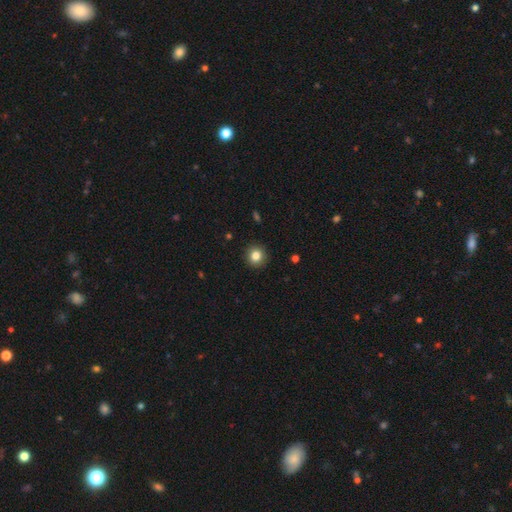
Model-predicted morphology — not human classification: Smooth or featured: smooth — 83% (star or artifact — 11%)
How rounded: round — 93% (in between — 6%)
Merging: none — 92% (minor disturbance — 5%)